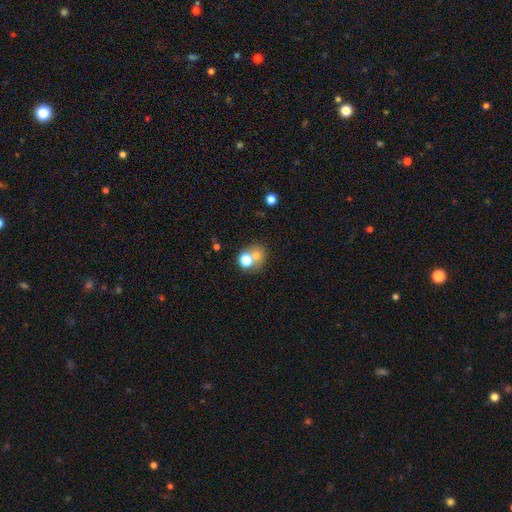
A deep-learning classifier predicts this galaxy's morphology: smooth-or-featured: smooth: 69% | featured or disk: 17% | star or artifact: 14%
  how-rounded: round: 72% | in between: 27% | cigar-shaped: 1%
  merging: merger: 49% | none: 38% | minor disturbance: 8% | major disturbance: 5%